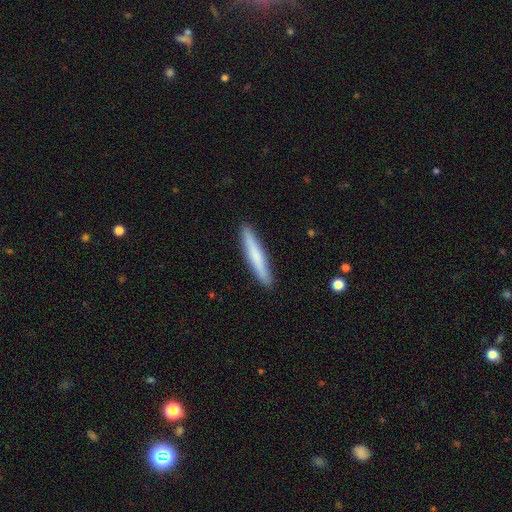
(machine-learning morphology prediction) Q: Smooth or featured?
A: smooth (69%); runner-up: featured or disk (26%)
Q: How rounded?
A: cigar-shaped (95%); runner-up: in between (4%)
Q: Merging?
A: none (91%); runner-up: minor disturbance (6%)